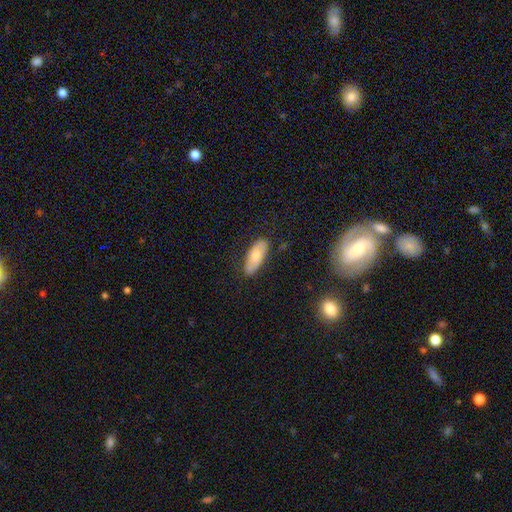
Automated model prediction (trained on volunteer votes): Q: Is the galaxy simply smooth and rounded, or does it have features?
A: smooth — 75%.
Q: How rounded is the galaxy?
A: in between — 80%.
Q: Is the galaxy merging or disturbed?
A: none — 82%.